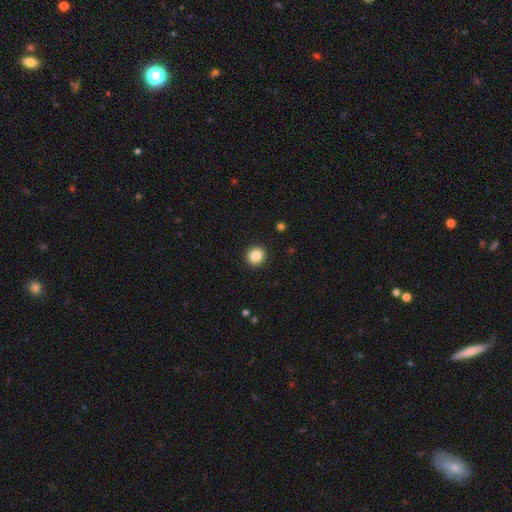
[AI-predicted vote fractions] The model was most divided on "smooth or featured": smooth: 86%, star or artifact: 9%, featured or disk: 4%. More confident: merging — none (93%); how rounded — round (91%).